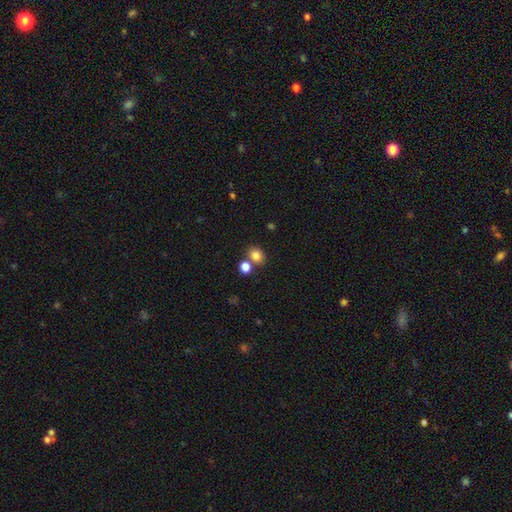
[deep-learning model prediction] smooth_or_featured: smooth (p=0.82) [alt: star or artifact p=0.12]
how_rounded: round (p=0.66) [alt: in between p=0.34]
merging: none (p=0.64) [alt: merger p=0.25]